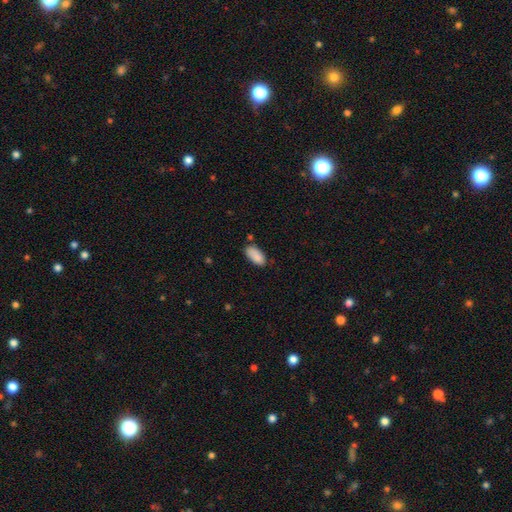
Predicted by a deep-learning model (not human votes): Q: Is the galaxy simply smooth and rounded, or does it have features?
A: smooth — 88%.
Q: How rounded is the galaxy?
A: in between — 91%.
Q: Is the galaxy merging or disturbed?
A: none — 73%.